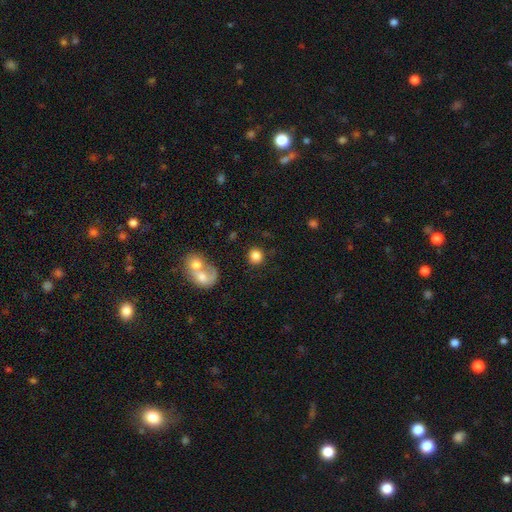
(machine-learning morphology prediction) Smooth or featured? Predicted: smooth (p=0.83). How rounded? Predicted: round (p=0.88). Merging? Predicted: none (p=0.79).